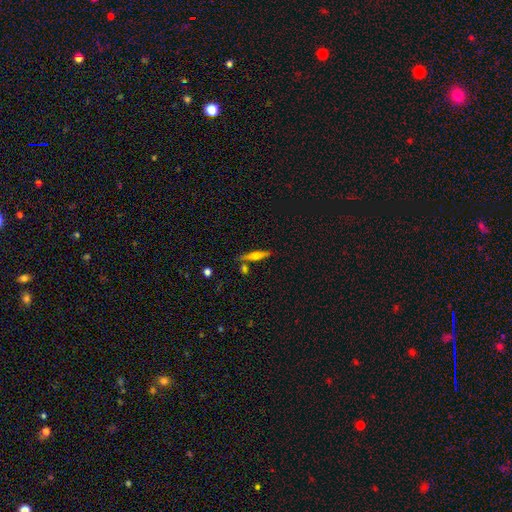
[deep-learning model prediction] Q: Smooth or featured?
A: featured or disk (47%); runner-up: smooth (45%)
Q: Merging?
A: none (76%); runner-up: minor disturbance (12%)